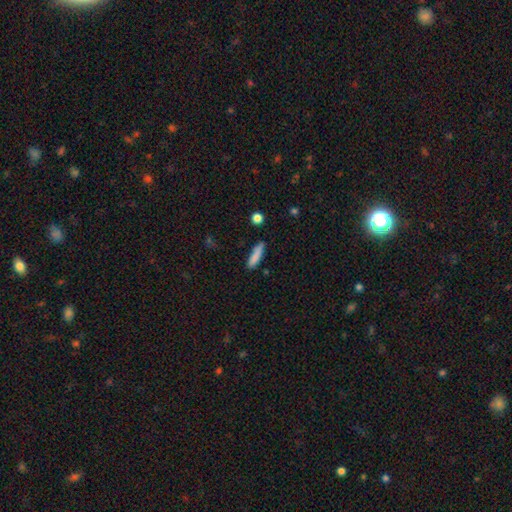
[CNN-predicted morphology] This is clearly a smooth galaxy (85%). How rounded: clearly cigar-shaped (80%). Merging: clearly none (81%).